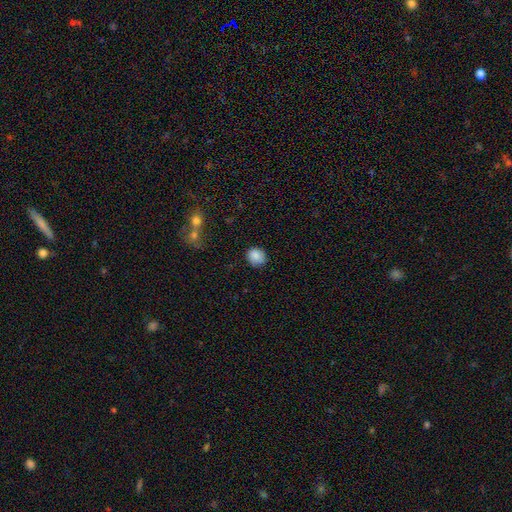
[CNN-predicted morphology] smooth-or-featured: smooth: 87% | star or artifact: 8% | featured or disk: 5%
  how-rounded: round: 77% | in between: 22% | cigar-shaped: 1%
  merging: none: 81% | minor disturbance: 15% | major disturbance: 3% | merger: 1%